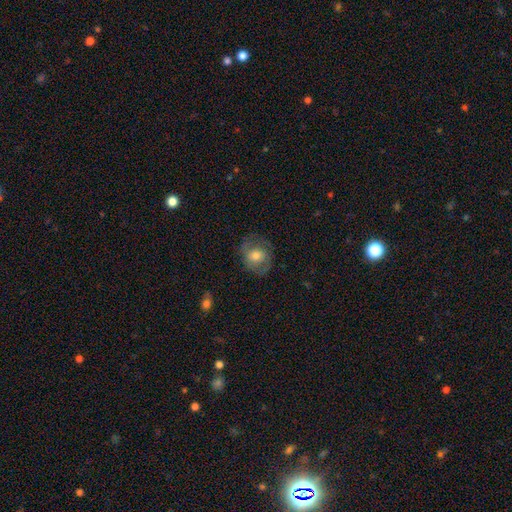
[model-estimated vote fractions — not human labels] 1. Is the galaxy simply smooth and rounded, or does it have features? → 53% smooth, 39% featured or disk, 8% star or artifact.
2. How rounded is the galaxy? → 67% round, 32% in between, 1% cigar-shaped.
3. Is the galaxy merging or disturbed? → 71% none, 18% minor disturbance, 10% major disturbance, 1% merger.